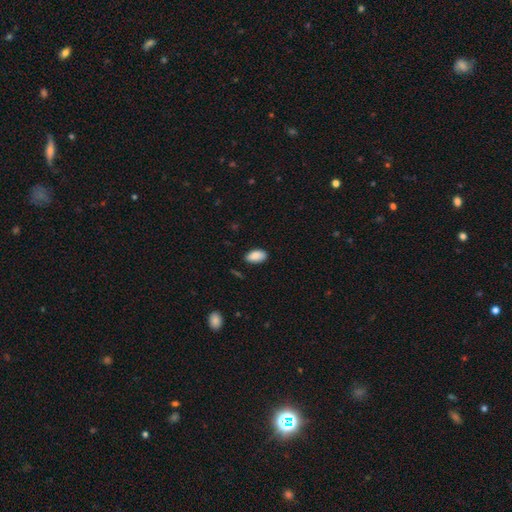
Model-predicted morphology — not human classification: This is clearly a smooth galaxy (88%). How rounded: clearly in between (94%). Merging: clearly none (83%).